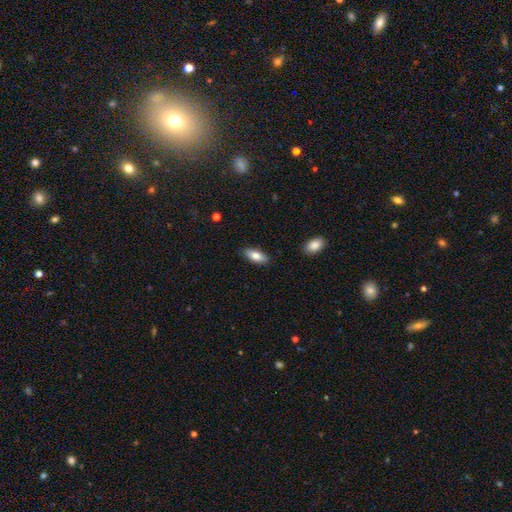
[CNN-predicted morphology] Smooth or featured? Predicted: smooth (p=0.80). How rounded? Predicted: in between (p=0.81). Merging? Predicted: none (p=0.87).